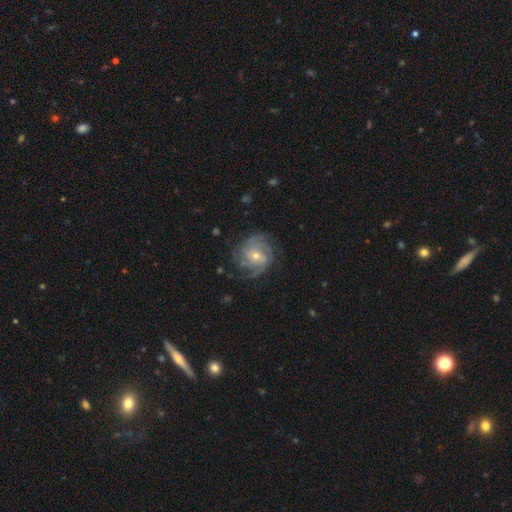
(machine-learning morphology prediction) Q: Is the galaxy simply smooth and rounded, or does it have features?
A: featured or disk — 81%.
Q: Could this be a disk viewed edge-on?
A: no — 97%.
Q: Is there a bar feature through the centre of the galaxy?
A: no — 54%.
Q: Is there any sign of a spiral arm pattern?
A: yes — 93%.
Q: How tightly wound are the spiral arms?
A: tight — 49%.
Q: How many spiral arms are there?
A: can't tell — 31%.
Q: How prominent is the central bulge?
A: small — 50%.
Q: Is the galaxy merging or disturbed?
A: none — 67%.